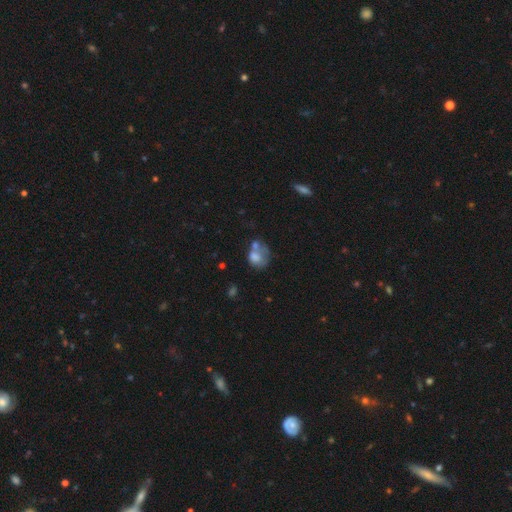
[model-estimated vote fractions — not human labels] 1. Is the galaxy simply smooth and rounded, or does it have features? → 62% smooth, 27% featured or disk, 11% star or artifact.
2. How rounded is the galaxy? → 50% round, 49% in between, 1% cigar-shaped.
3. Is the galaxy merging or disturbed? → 38% merger, 25% none, 19% major disturbance, 18% minor disturbance.